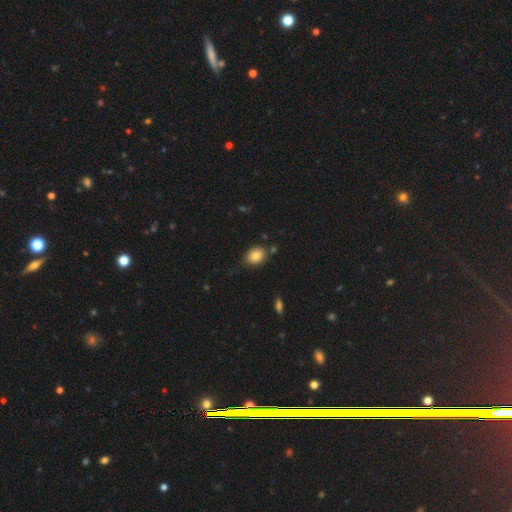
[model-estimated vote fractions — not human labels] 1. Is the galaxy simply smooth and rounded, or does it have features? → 83% smooth, 9% star or artifact, 8% featured or disk.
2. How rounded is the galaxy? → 52% in between, 47% round, 1% cigar-shaped.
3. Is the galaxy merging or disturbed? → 75% none, 17% minor disturbance, 4% merger, 3% major disturbance.